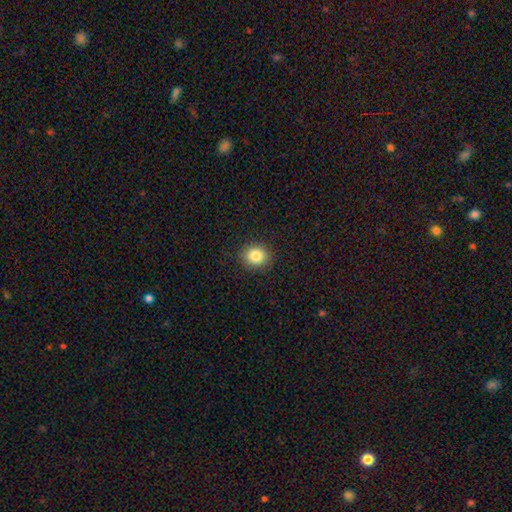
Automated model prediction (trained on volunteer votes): Q: Smooth or featured?
A: smooth (84%); runner-up: star or artifact (10%)
Q: How rounded?
A: round (79%); runner-up: in between (21%)
Q: Merging?
A: none (91%); runner-up: minor disturbance (6%)